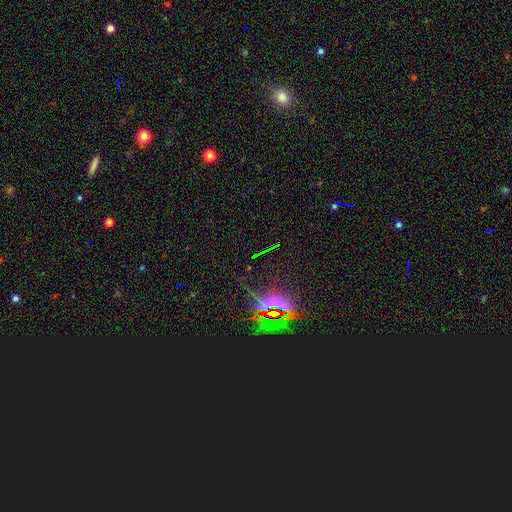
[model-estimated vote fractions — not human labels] smooth-or-featured: star or artifact: 81% | featured or disk: 10% | smooth: 10%